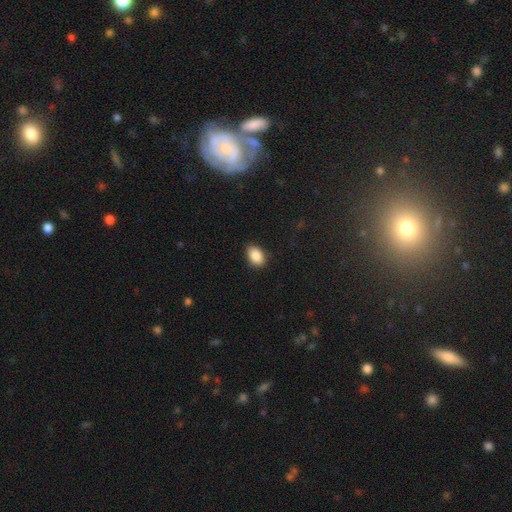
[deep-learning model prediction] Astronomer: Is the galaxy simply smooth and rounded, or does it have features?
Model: smooth — 88%.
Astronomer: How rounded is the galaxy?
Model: in between — 86%.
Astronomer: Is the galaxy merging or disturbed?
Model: none — 82%.